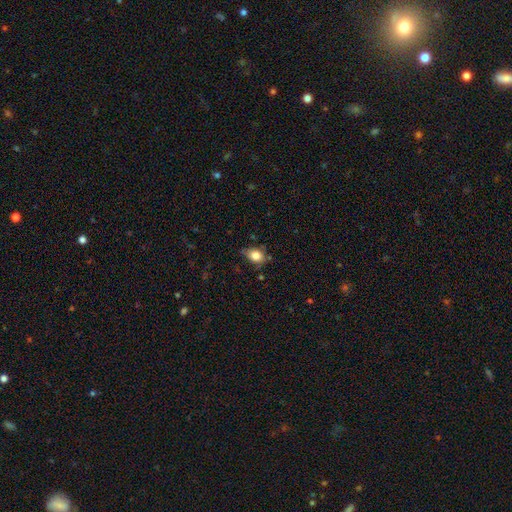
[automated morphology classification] smooth 82%, star or artifact 10%, featured or disk 8%. Down the decision tree: how rounded — in between (61%); merging — none (67%).